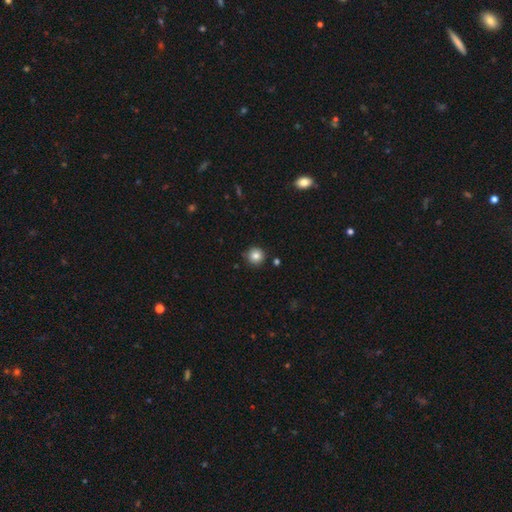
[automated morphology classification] Smooth or featured? Predicted: smooth (p=0.83). How rounded? Predicted: round (p=0.95). Merging? Predicted: none (p=0.86).